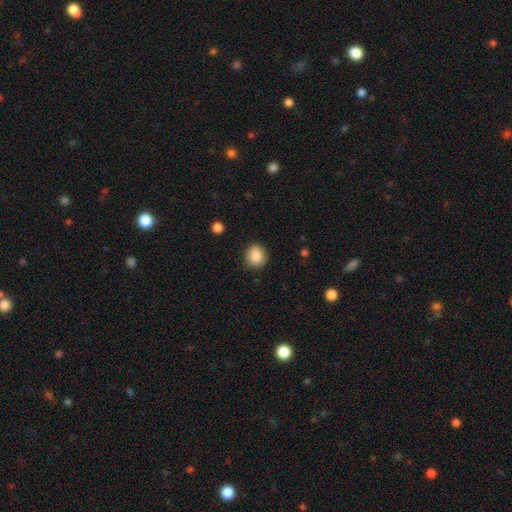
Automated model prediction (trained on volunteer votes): Overall: smooth (87%). How rounded: round (77%). Merging: none (86%).